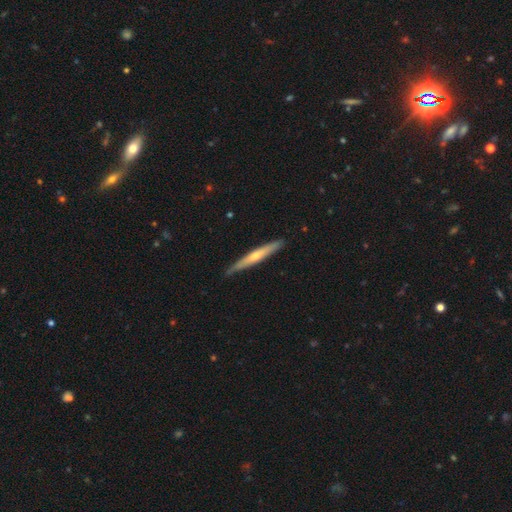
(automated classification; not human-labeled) Smooth or featured: featured or disk — 53% (smooth — 42%)
Edge-on disk: yes — 95% (no — 5%)
Edge-on bulge: rounded — 63% (none — 32%)
Merging: none — 86% (minor disturbance — 12%)